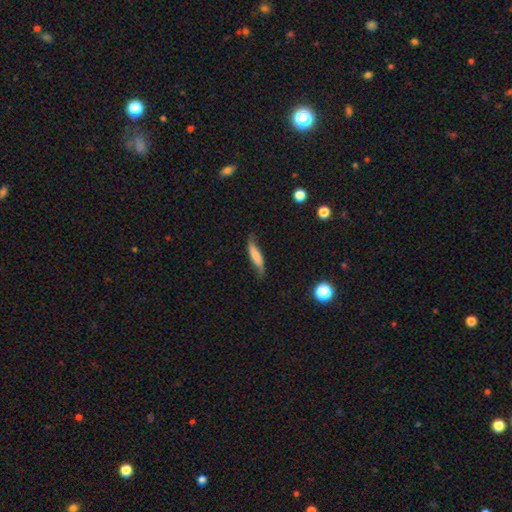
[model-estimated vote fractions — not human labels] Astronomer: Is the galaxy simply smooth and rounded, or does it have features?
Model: smooth — 53% (runner-up: featured or disk, 39%).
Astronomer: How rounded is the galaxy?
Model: cigar-shaped — 73%.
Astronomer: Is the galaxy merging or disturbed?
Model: none — 63%.